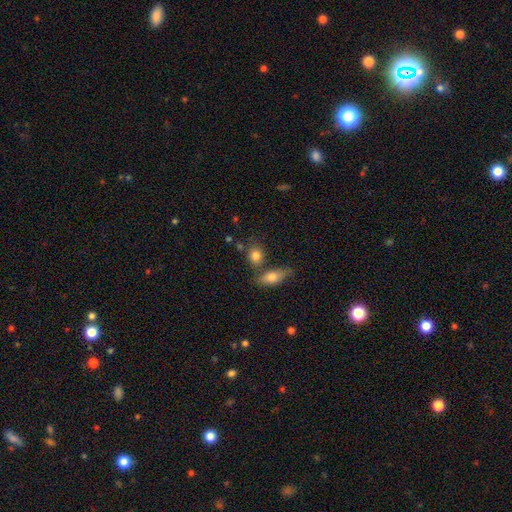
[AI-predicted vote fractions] This appears to be a smooth galaxy with no disk features (81%) that is round (55%). Merging: none (59%).